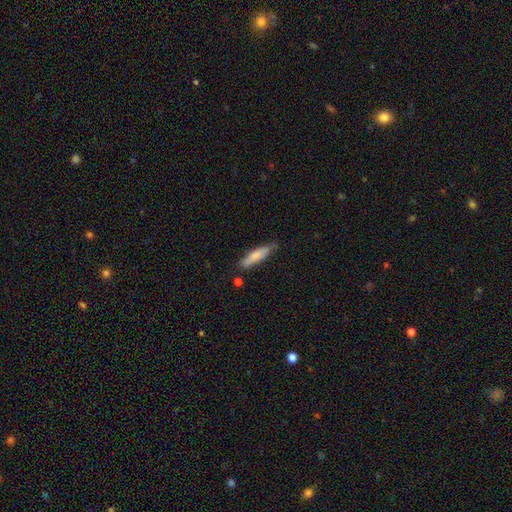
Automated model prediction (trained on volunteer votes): This appears to be a smooth galaxy with no disk features (74%) that is cigar-shaped (78%). Merging: none (73%).